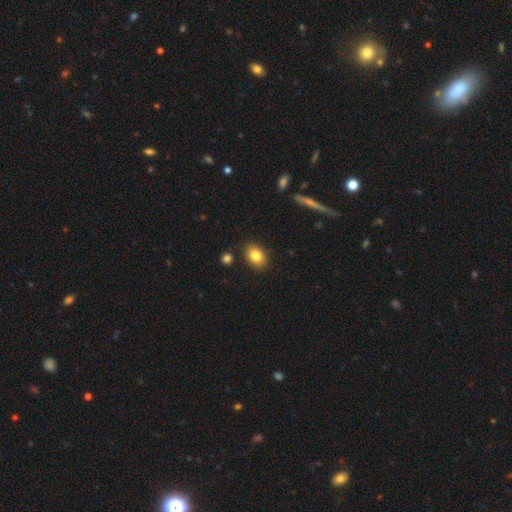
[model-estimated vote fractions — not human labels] Smooth or featured? Predicted: smooth (p=0.83). How rounded? Predicted: in between (p=0.68). Merging? Predicted: none (p=0.85).